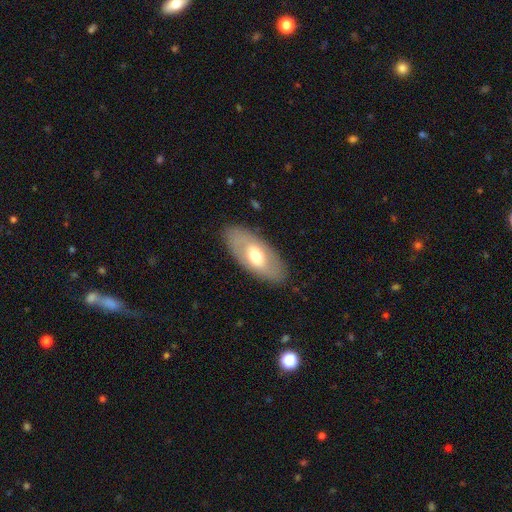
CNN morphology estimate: A smooth galaxy with no disk features (54%) that is in between round and cigar-shaped (90%). Merging: none (84%).